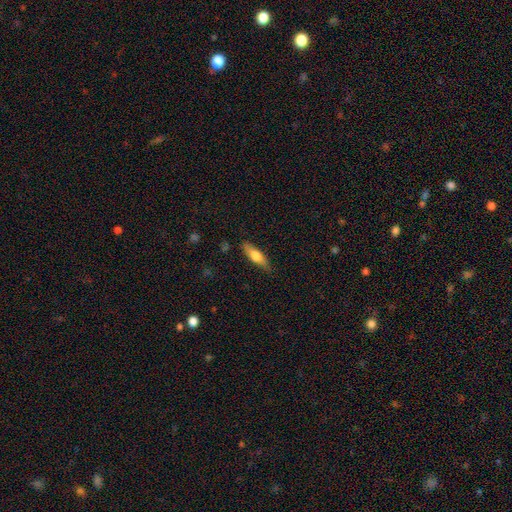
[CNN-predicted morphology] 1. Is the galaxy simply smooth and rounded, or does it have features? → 60% smooth, 34% featured or disk, 6% star or artifact.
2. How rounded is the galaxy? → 60% cigar-shaped, 38% in between, 2% round.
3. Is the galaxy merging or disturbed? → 81% none, 15% minor disturbance, 3% major disturbance, 1% merger.